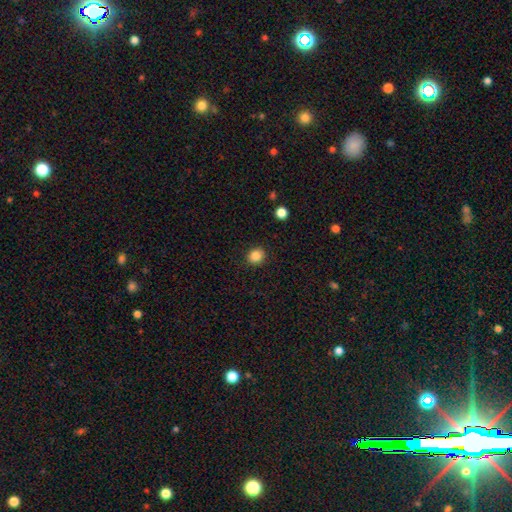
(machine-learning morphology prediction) type=smooth (86%); roundness=round (85%); merging=none (91%).